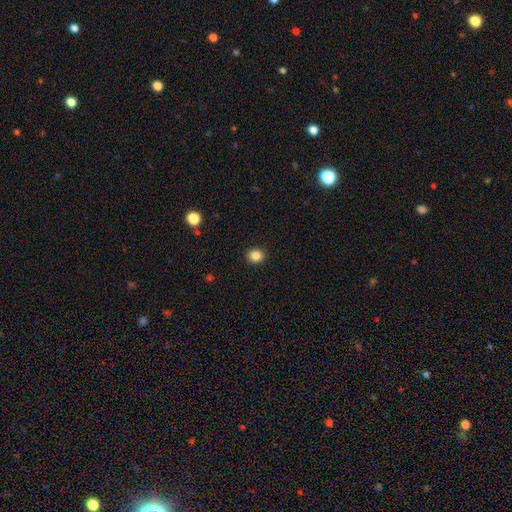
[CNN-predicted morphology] This is clearly a smooth galaxy (86%). How rounded: likely round (73%). Merging: clearly none (91%).